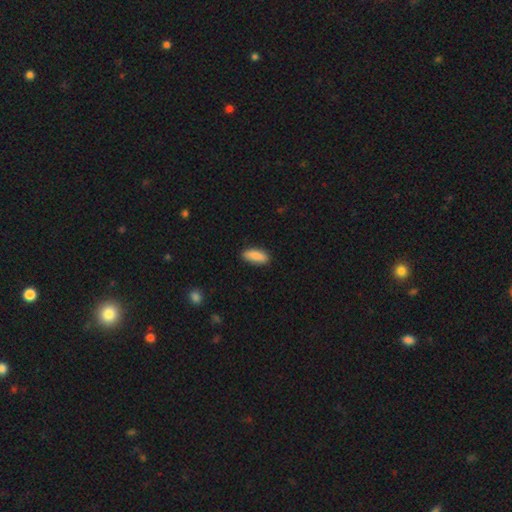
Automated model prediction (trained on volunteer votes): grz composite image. It shows a smooth galaxy with no disk features (89%) that is in between round and cigar-shaped (80%). Merging: none (87%).